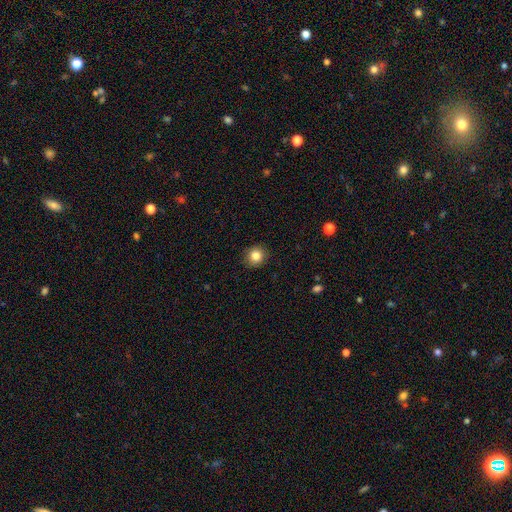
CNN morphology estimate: Q: Smooth or featured?
A: smooth (84%); runner-up: star or artifact (10%)
Q: How rounded?
A: round (90%); runner-up: in between (9%)
Q: Merging?
A: none (91%); runner-up: minor disturbance (7%)